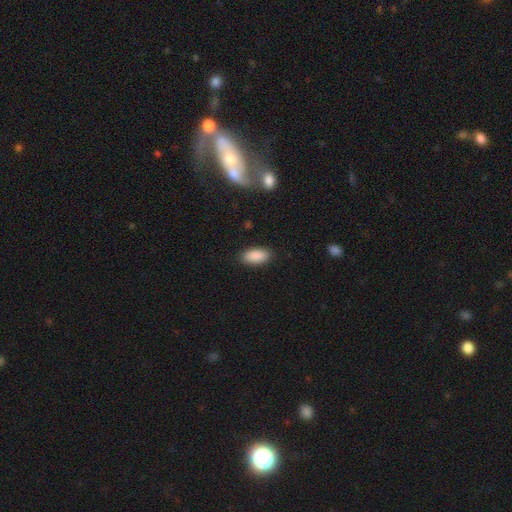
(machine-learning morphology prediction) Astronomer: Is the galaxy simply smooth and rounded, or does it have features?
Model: smooth — 89%.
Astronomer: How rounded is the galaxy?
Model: in between — 91%.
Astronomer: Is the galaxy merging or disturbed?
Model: none — 88%.